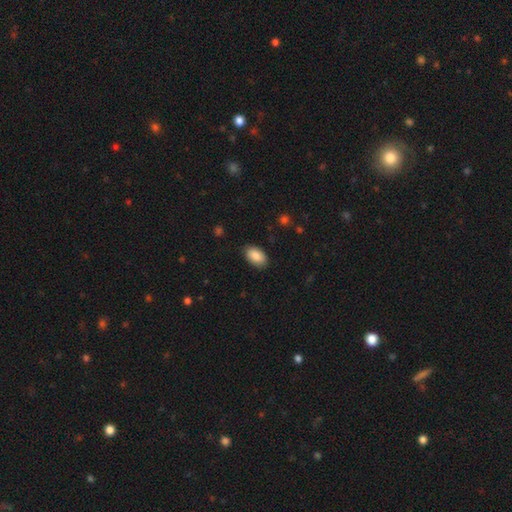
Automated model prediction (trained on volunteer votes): smooth_or_featured: smooth (p=0.87) [alt: star or artifact p=0.07]
how_rounded: in between (p=0.93) [alt: round p=0.05]
merging: none (p=0.86) [alt: minor disturbance p=0.11]